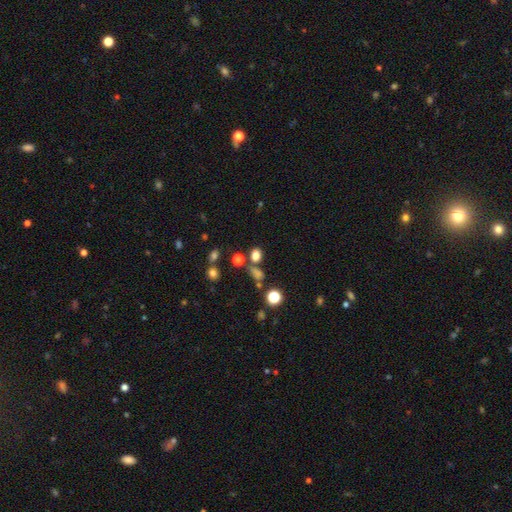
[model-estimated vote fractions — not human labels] smooth-or-featured: smooth: 71% | star or artifact: 22% | featured or disk: 7%
  how-rounded: round: 52% | in between: 46% | cigar-shaped: 2%
  merging: none: 67% | merger: 16% | minor disturbance: 11% | major disturbance: 6%